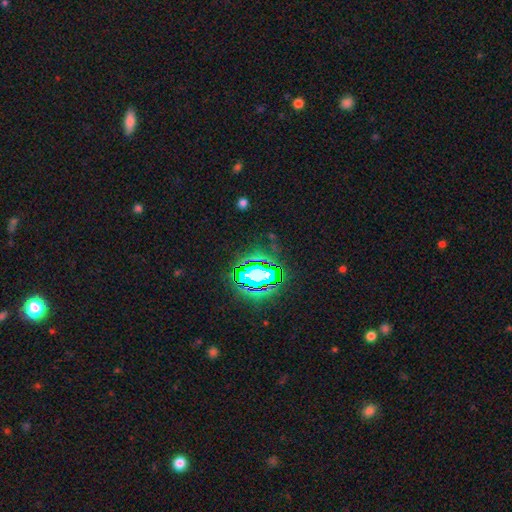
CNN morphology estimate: Smooth or featured: star or artifact — 73% (smooth — 15%)